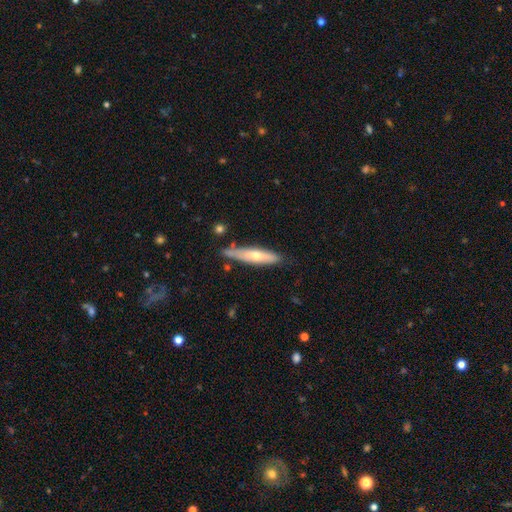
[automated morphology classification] smooth_or_featured: smooth (p=0.50) [alt: featured or disk p=0.44]
how_rounded: cigar-shaped (p=0.82) [alt: in between p=0.16]
merging: none (p=0.73) [alt: minor disturbance p=0.19]